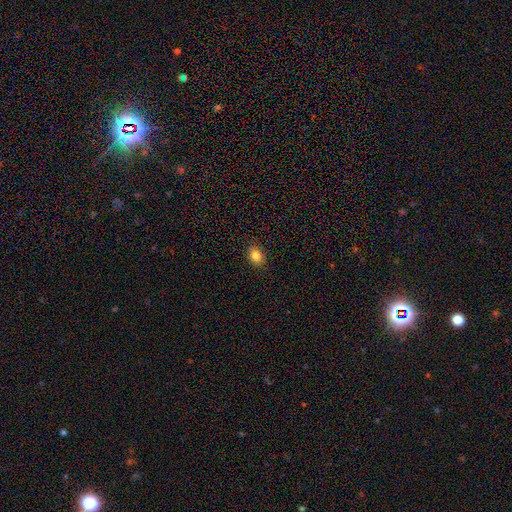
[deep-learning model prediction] Q: Smooth or featured?
A: smooth (83%); runner-up: star or artifact (10%)
Q: How rounded?
A: in between (61%); runner-up: round (38%)
Q: Merging?
A: none (89%); runner-up: minor disturbance (8%)